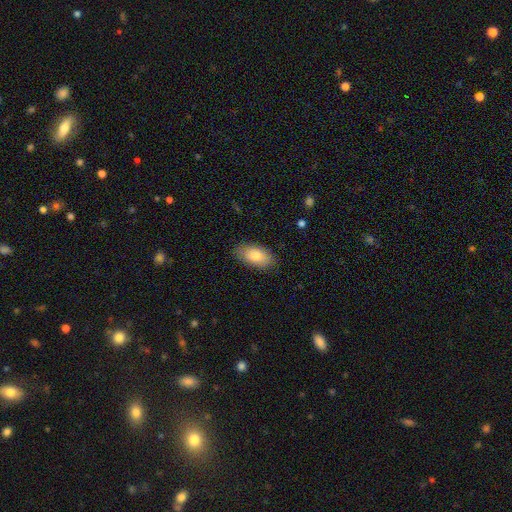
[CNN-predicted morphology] This is clearly a smooth galaxy (82%). How rounded: clearly in between (92%). Merging: clearly none (84%).